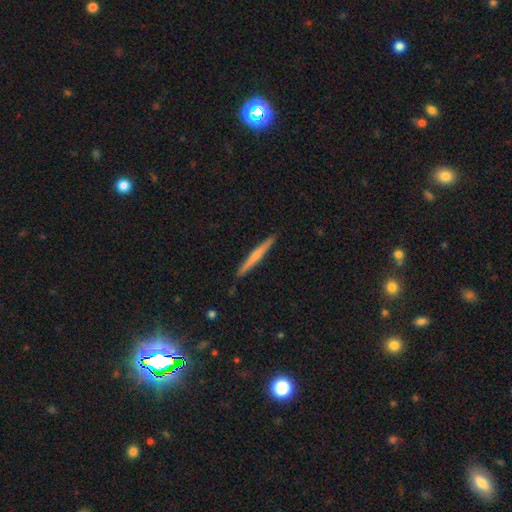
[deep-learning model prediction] Morphology: type=featured or disk (48%); merging=none (91%).